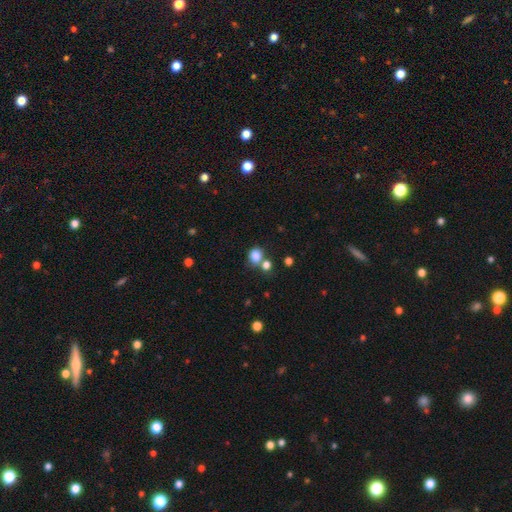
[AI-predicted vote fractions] This appears to be a smooth galaxy with no disk features (82%) that is round (69%). Merging: none (58%).